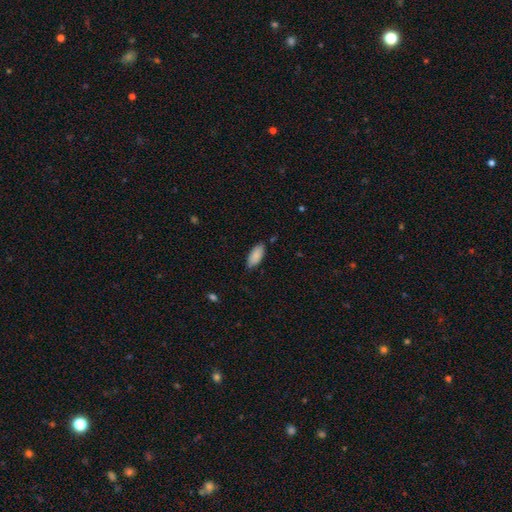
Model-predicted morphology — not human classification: Smooth or featured? smooth (88%)
How rounded? in between (89%)
Merging? none (82%)